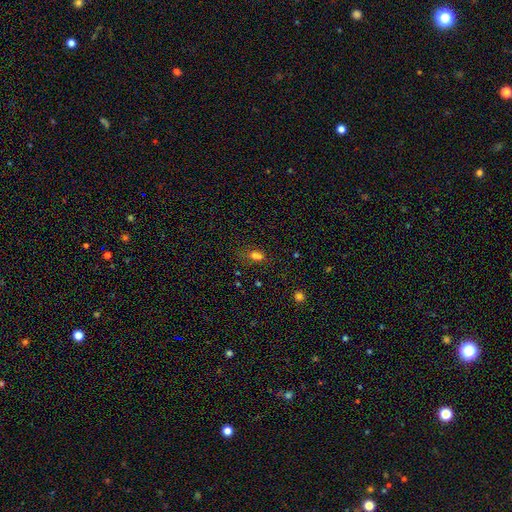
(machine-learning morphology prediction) smooth-or-featured: smooth: 67% | star or artifact: 23% | featured or disk: 10%
  how-rounded: in between: 60% | round: 36% | cigar-shaped: 5%
  merging: none: 43% | merger: 31% | minor disturbance: 17% | major disturbance: 10%